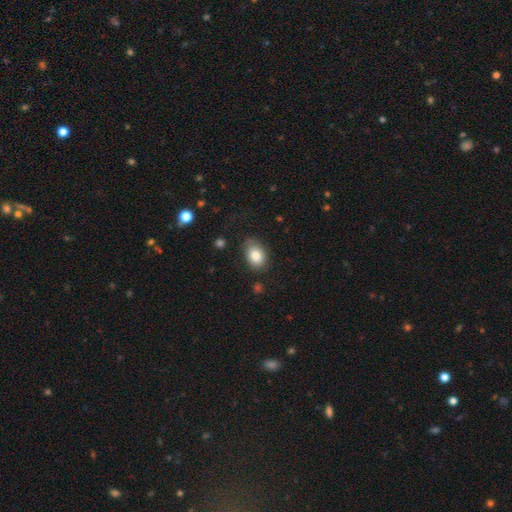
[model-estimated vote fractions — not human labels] Morphology: type=smooth (82%); roundness=in between (80%); merging=none (73%).